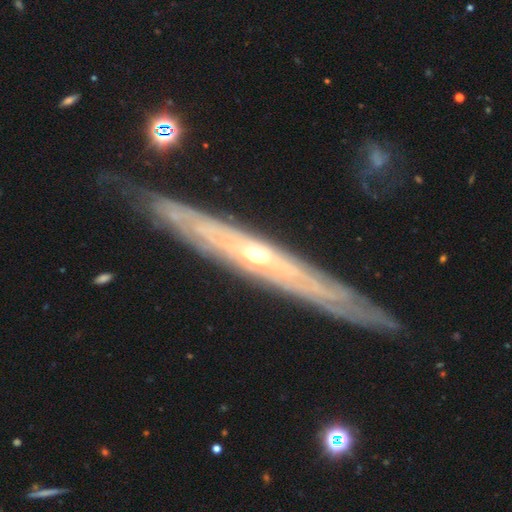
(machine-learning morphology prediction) Overall: featured or disk (84%). Edge-on disk: yes (70%). Edge-on bulge: rounded (64%; none 34%). Merging: none (83%).